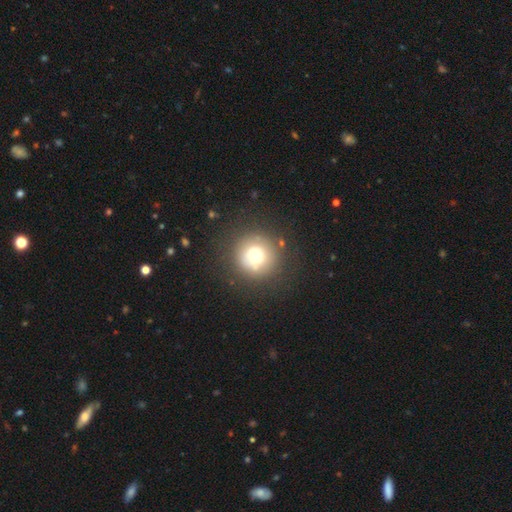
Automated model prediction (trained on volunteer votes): This is likely a smooth galaxy (69%). How rounded: clearly round (95%). Merging: clearly none (81%).